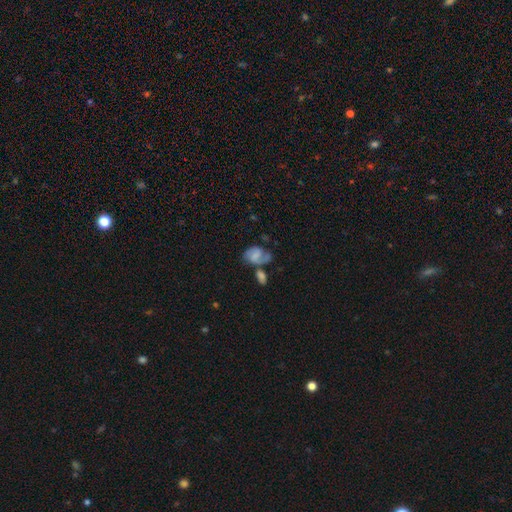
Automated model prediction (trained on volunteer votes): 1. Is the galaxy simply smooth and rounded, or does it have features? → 52% featured or disk, 39% smooth, 9% star or artifact.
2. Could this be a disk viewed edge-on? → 97% no, 3% yes.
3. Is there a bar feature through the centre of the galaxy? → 46% no, 41% weak, 13% strong.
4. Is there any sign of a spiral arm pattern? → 81% yes, 19% no.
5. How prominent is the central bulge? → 43% none, 27% small, 20% moderate, 8% large, 2% dominant.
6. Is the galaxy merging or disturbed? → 35% none, 29% merger, 20% minor disturbance, 15% major disturbance.